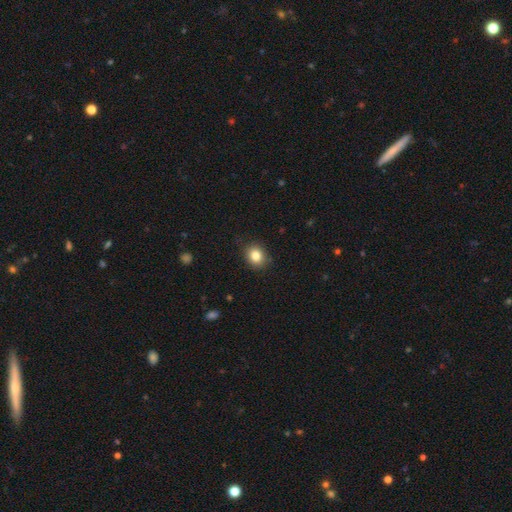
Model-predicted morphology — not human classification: Smooth or featured: smooth — 83% (star or artifact — 10%)
How rounded: round — 69% (in between — 30%)
Merging: none — 86% (minor disturbance — 11%)